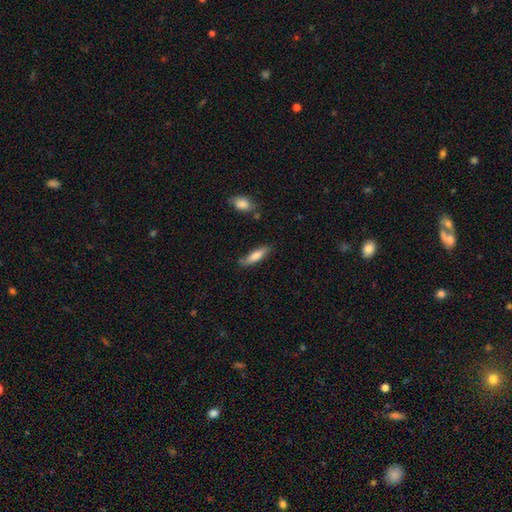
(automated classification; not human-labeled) Smooth or featured? Predicted: smooth (p=0.77). How rounded? Predicted: cigar-shaped (p=0.62). Merging? Predicted: none (p=0.72).